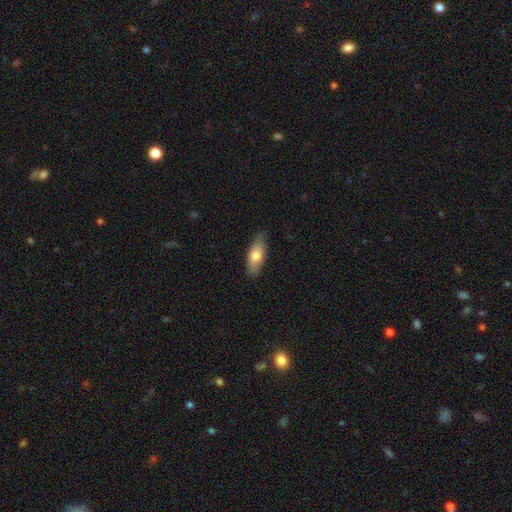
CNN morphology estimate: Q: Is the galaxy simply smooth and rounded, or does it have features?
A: smooth — 72%.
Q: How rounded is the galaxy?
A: in between — 77%.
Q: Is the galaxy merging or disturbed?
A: none — 81%.